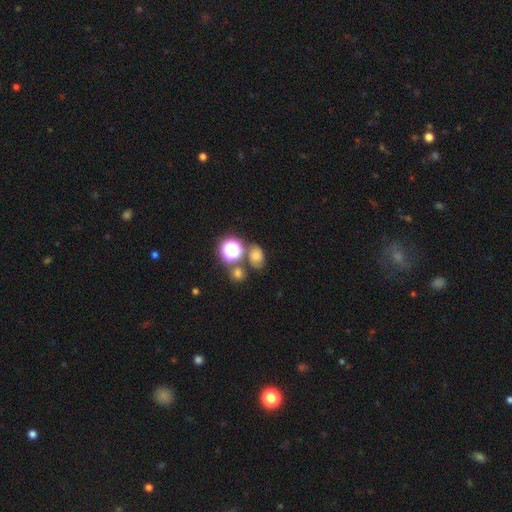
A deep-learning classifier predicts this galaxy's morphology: Q: Smooth or featured?
A: smooth (64%); runner-up: star or artifact (23%)
Q: How rounded?
A: in between (54%); runner-up: round (45%)
Q: Merging?
A: none (62%); runner-up: merger (17%)